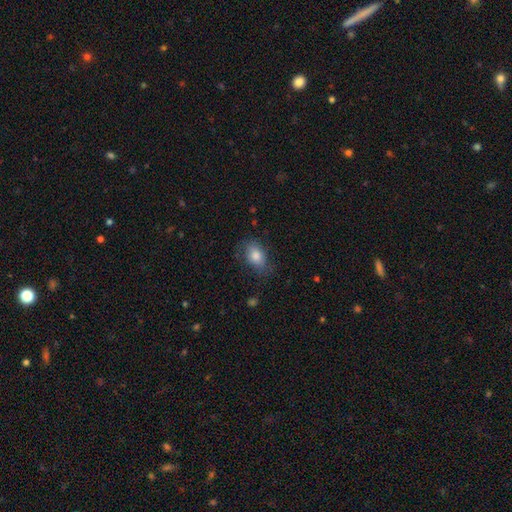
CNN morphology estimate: smooth_or_featured: smooth (p=0.80) [alt: featured or disk p=0.12]
how_rounded: in between (p=0.81) [alt: round p=0.17]
merging: none (p=0.71) [alt: minor disturbance p=0.21]